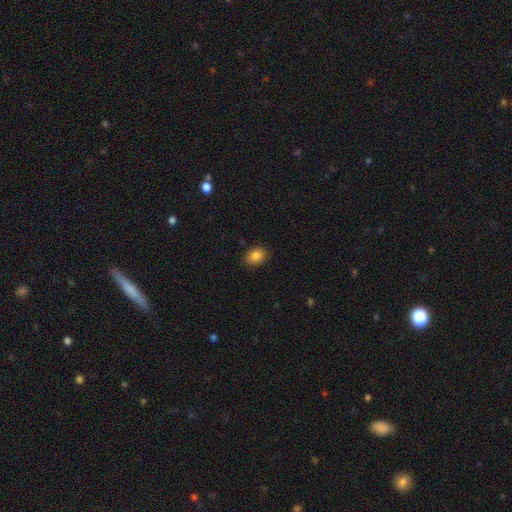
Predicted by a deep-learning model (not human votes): The model was most divided on "how rounded": in between: 58%, round: 41%, cigar-shaped: 1%. More confident: merging — none (89%); smooth or featured — smooth (84%).